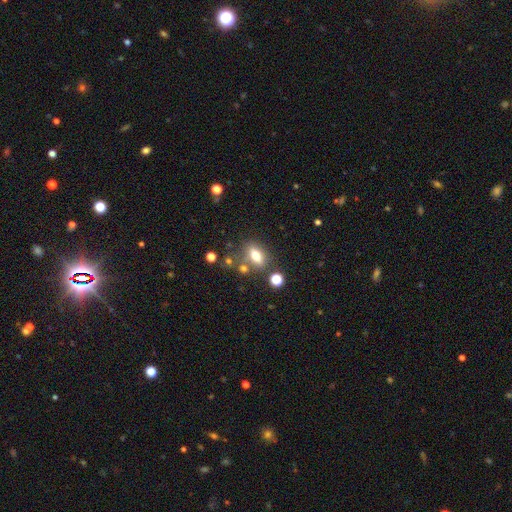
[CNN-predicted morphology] This is likely a smooth galaxy (63%). How rounded: likely in between (70%). Merging: likely none (68%).